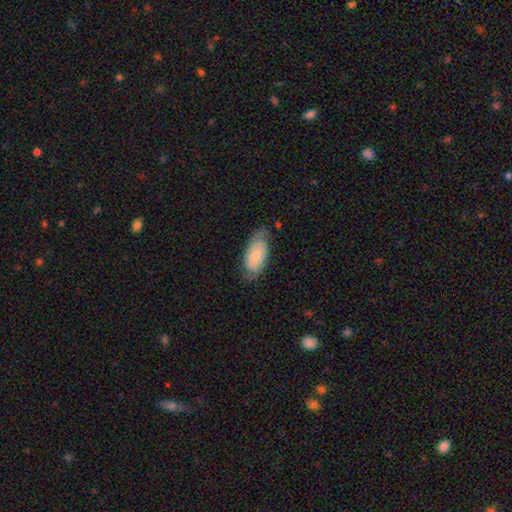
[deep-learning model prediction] smooth-or-featured: smooth: 62% | featured or disk: 32% | star or artifact: 6%
  how-rounded: in between: 91% | cigar-shaped: 6% | round: 3%
  merging: none: 65% | minor disturbance: 26% | major disturbance: 8% | merger: 1%